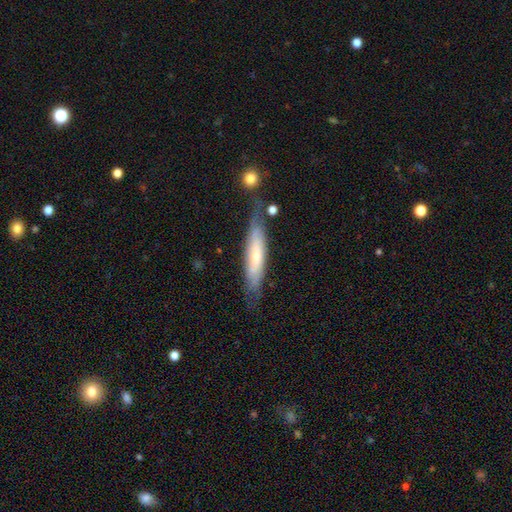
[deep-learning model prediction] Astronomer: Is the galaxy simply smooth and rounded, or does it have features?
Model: featured or disk — 48% (runner-up: smooth, 46%).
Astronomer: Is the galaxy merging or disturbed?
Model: none — 67%.